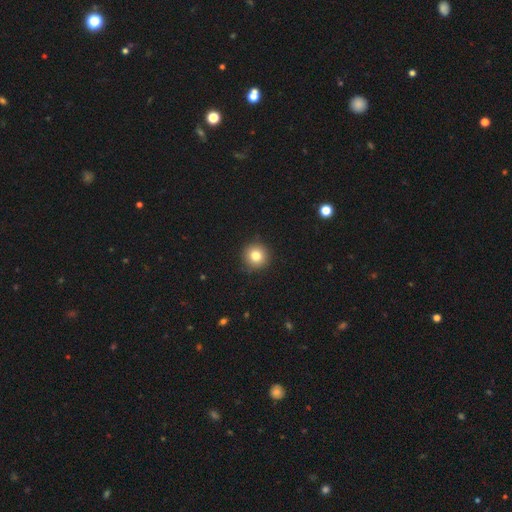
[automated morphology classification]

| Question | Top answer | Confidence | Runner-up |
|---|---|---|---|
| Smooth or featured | smooth | 81% | star or artifact (11%) |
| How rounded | round | 94% | in between (5%) |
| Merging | none | 91% | minor disturbance (6%) |